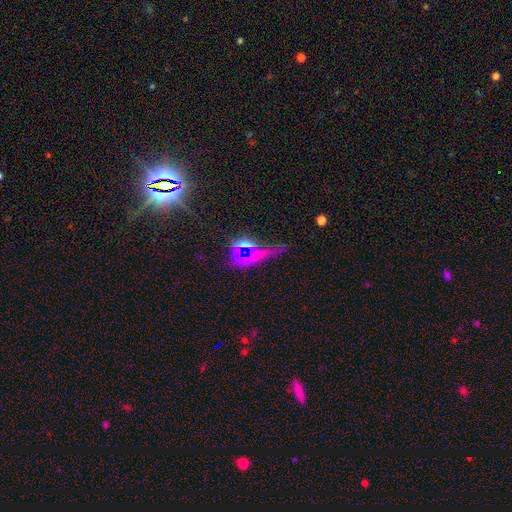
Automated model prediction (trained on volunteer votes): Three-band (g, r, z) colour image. It shows a star or artifact, not a galaxy (55%).